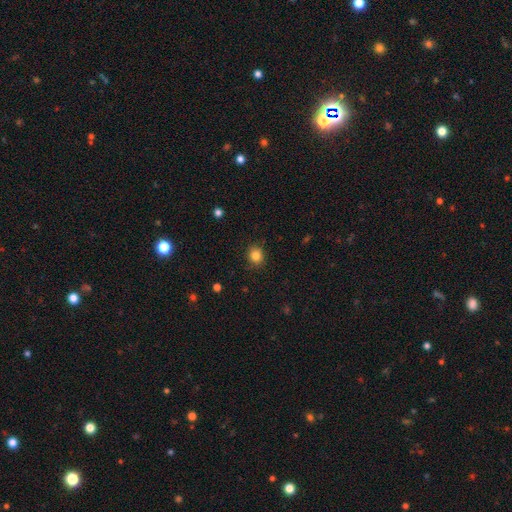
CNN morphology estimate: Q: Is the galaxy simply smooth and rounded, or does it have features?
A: smooth — 83%.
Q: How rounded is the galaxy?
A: round — 76%.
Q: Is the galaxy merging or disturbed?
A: none — 88%.